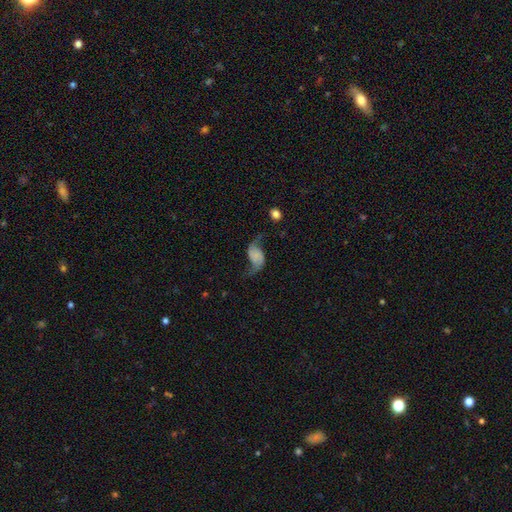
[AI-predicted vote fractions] smooth_or_featured: featured or disk (p=0.73) [alt: smooth p=0.18]
disk_edge_on: no (p=0.97) [alt: yes p=0.03]
bar: no (p=0.65) [alt: weak p=0.24]
has_spiral_arms: yes (p=0.93) [alt: no p=0.07]
spiral_winding: loose (p=0.88) [alt: medium p=0.10]
spiral_arm_count: 2 (p=0.92) [alt: 1 p=0.04]
bulge_size: none (p=0.62) [alt: small p=0.17]
merging: none (p=0.57) [alt: minor disturbance p=0.20]